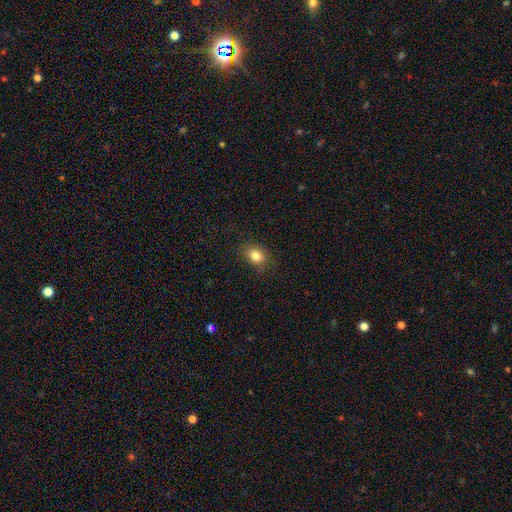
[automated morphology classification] Overall: smooth (81%). How rounded: in between (60%; round 39%). Merging: none (82%).